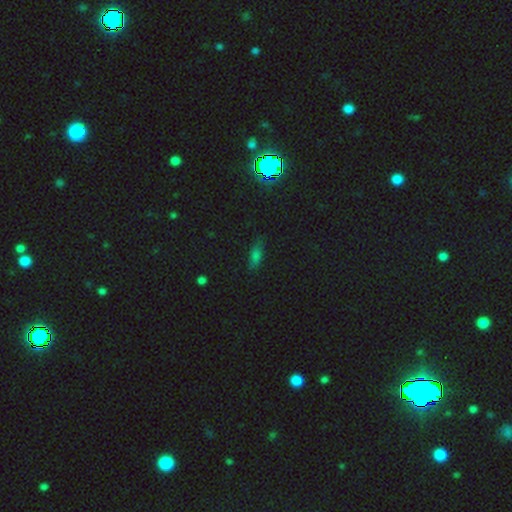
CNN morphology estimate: smooth_or_featured: smooth (p=0.57) [alt: star or artifact p=0.27]
how_rounded: in between (p=0.63) [alt: cigar-shaped p=0.30]
merging: none (p=0.80) [alt: minor disturbance p=0.14]